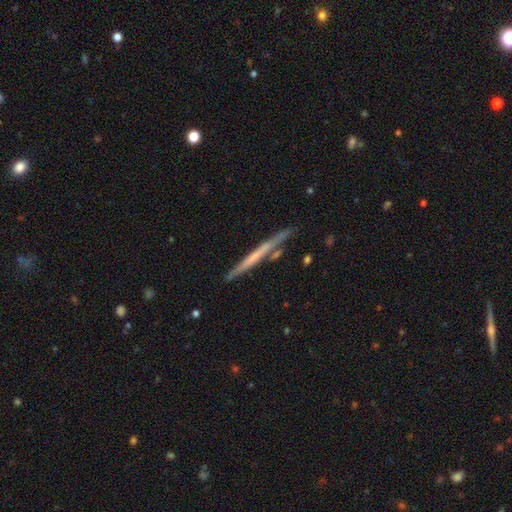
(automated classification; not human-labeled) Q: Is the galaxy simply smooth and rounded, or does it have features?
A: featured or disk — 57%.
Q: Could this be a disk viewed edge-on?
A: yes — 96%.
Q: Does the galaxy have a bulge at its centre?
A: none — 81%.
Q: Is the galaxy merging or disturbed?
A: none — 81%.